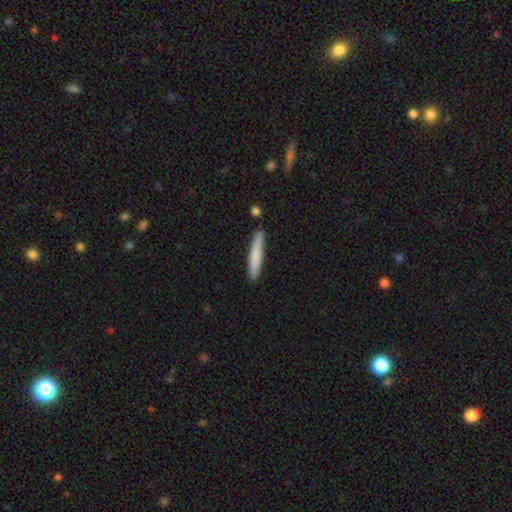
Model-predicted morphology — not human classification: Q: Smooth or featured?
A: smooth (78%); runner-up: featured or disk (17%)
Q: How rounded?
A: cigar-shaped (95%); runner-up: in between (4%)
Q: Merging?
A: none (88%); runner-up: minor disturbance (9%)